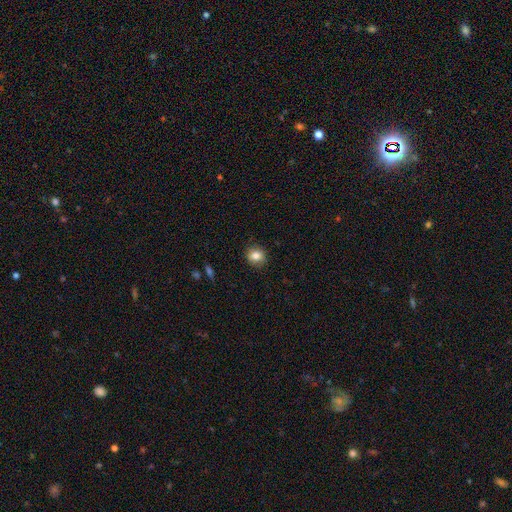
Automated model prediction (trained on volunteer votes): Q: Smooth or featured?
A: smooth (82%); runner-up: star or artifact (10%)
Q: How rounded?
A: round (79%); runner-up: in between (20%)
Q: Merging?
A: none (89%); runner-up: minor disturbance (8%)